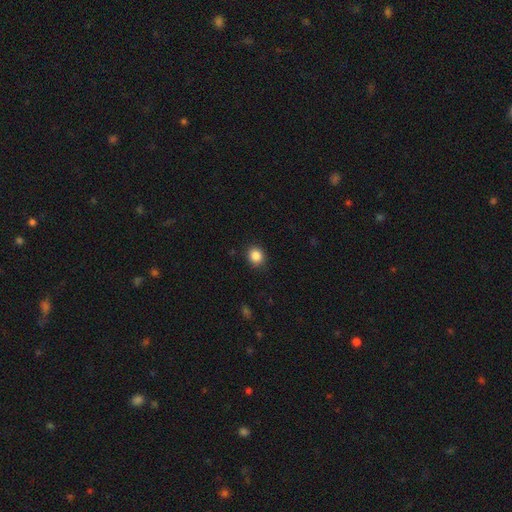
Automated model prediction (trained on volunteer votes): Morphology: type=smooth (87%); roundness=round (79%); merging=none (88%).